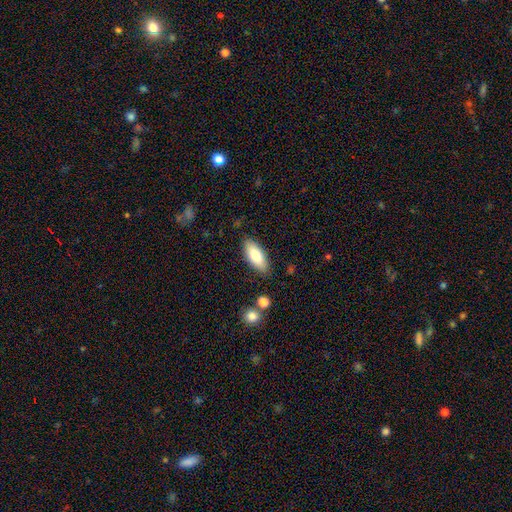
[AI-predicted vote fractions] Q: Smooth or featured?
A: smooth (81%); runner-up: featured or disk (13%)
Q: How rounded?
A: in between (80%); runner-up: cigar-shaped (18%)
Q: Merging?
A: none (85%); runner-up: minor disturbance (10%)